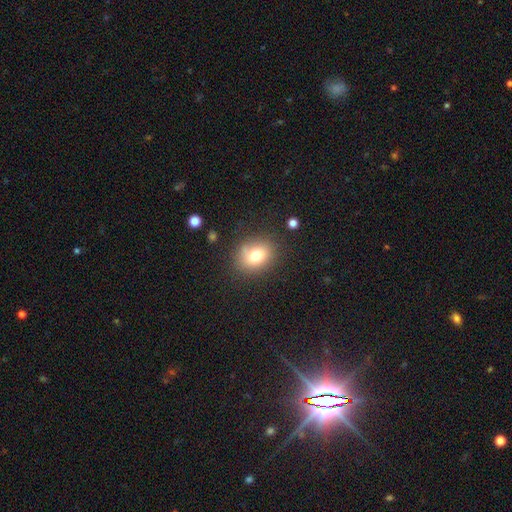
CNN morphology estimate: A smooth galaxy with no disk features (75%) that is round (52%). Merging: none (78%).